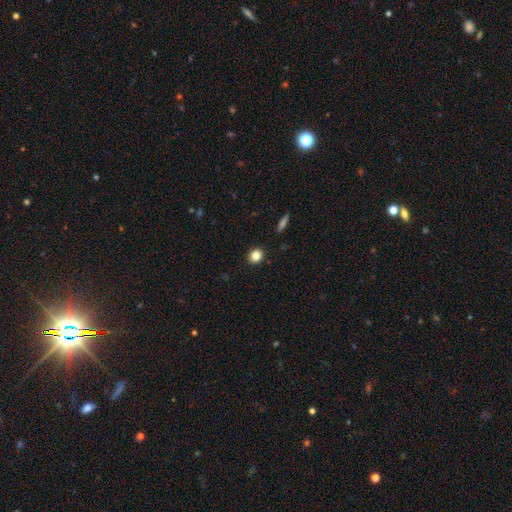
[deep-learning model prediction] A smooth galaxy with no disk features (84%) that is round (74%).

Vote fractions:
- Smooth or featured? smooth: 84% / star or artifact: 11% / featured or disk: 5%
- How rounded? round: 74% / in between: 25% / cigar-shaped: 1%
- Merging? none: 91% / minor disturbance: 6% / major disturbance: 2% / merger: 1%